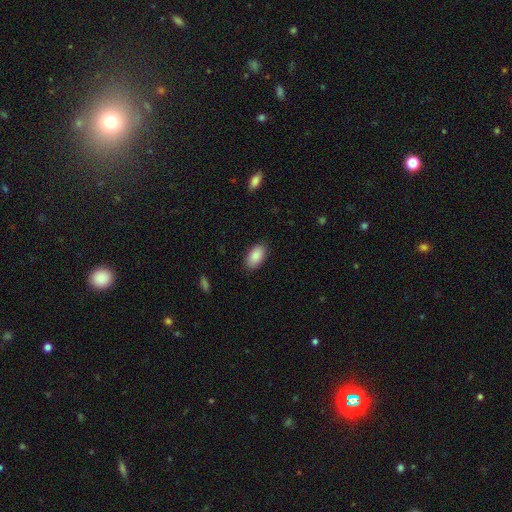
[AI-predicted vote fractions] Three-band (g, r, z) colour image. It shows a smooth galaxy with no disk features (88%) that is in between round and cigar-shaped (95%). Merging: none (87%).